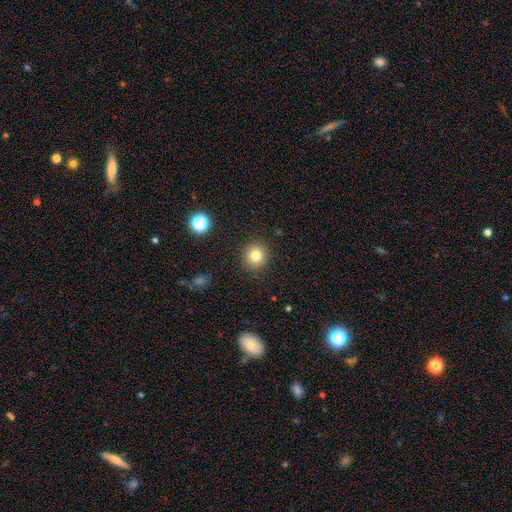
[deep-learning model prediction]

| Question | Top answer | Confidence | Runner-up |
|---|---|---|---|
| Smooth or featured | smooth | 80% | star or artifact (12%) |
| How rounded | round | 89% | in between (10%) |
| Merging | none | 90% | minor disturbance (6%) |